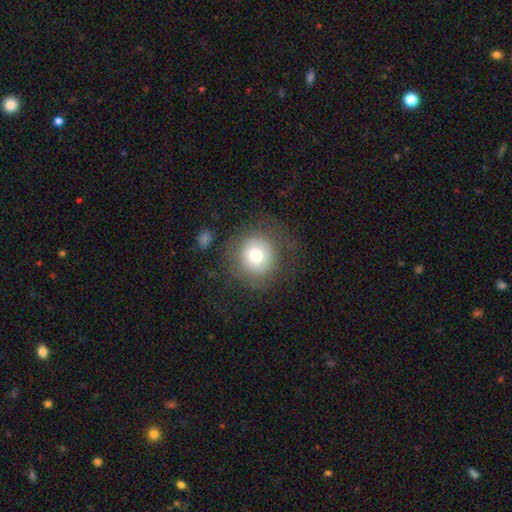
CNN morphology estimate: Smooth or featured: smooth — 68% (featured or disk — 22%)
How rounded: round — 90% (in between — 10%)
Merging: none — 72% (minor disturbance — 15%)